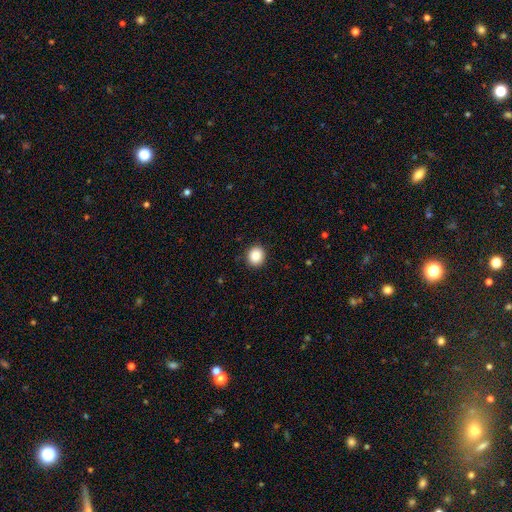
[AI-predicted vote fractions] Morphology: type=smooth (87%); roundness=round (81%); merging=none (90%).